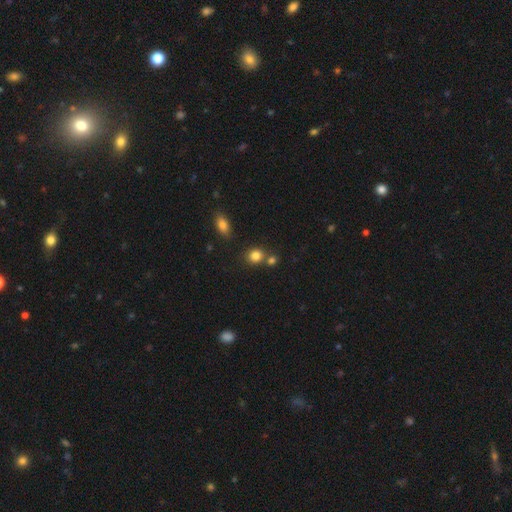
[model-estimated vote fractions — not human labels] The model was most divided on "merging": none: 65%, merger: 22%, minor disturbance: 9%, major disturbance: 3%. More confident: smooth or featured — smooth (83%); how rounded — round (79%).